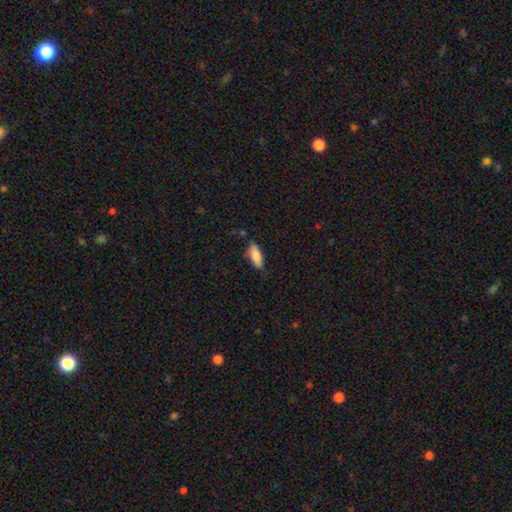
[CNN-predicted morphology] smooth 84%, featured or disk 9%, star or artifact 6%. Down the decision tree: how rounded — in between (76%); merging — none (73%).